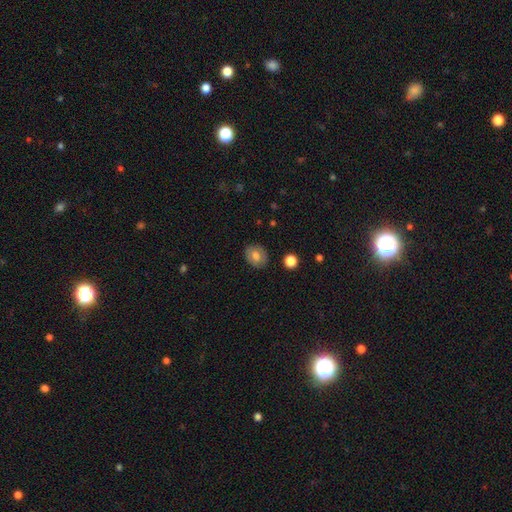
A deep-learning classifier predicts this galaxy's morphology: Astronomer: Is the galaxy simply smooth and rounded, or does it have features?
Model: smooth — 72%.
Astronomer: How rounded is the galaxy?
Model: round — 57% (runner-up: in between, 42%).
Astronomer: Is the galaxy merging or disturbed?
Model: none — 86%.